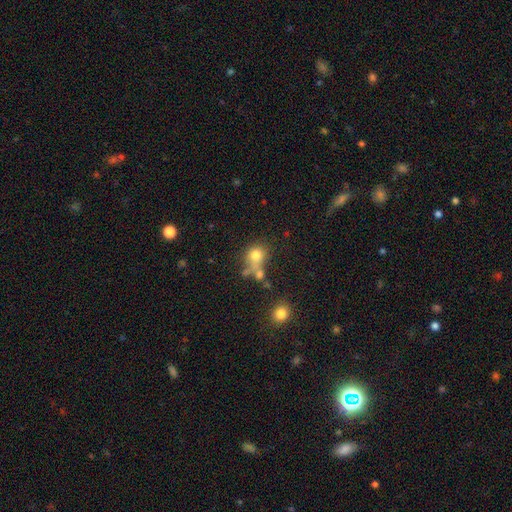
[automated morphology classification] The model was most divided on "merging": none: 43%, merger: 31%, minor disturbance: 16%, major disturbance: 10%. More confident: smooth or featured — smooth (75%); how rounded — round (70%).